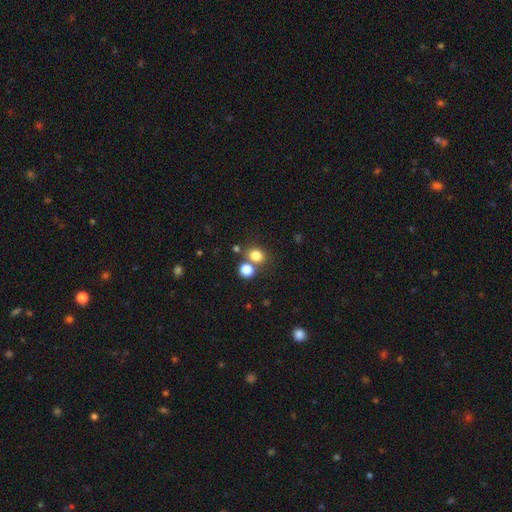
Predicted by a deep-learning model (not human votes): smooth_or_featured: smooth (p=0.79) [alt: star or artifact p=0.14]
how_rounded: round (p=0.67) [alt: in between p=0.32]
merging: none (p=0.62) [alt: merger p=0.26]